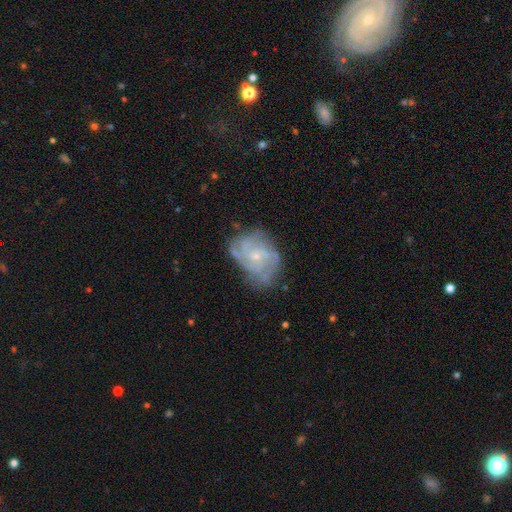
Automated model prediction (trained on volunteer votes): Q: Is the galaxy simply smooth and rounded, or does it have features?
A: featured or disk — 80%.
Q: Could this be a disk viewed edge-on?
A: no — 97%.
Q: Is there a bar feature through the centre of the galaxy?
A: no — 69%.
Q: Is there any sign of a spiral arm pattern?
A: yes — 92%.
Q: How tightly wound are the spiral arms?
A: tight — 49%.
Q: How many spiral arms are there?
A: can't tell — 30%.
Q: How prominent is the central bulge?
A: small — 72%.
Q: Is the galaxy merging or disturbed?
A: none — 64%.